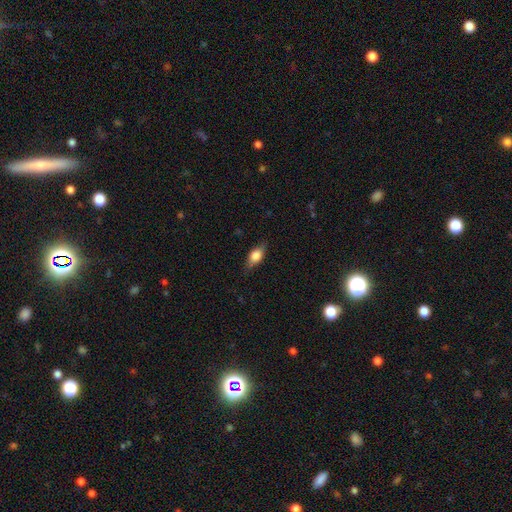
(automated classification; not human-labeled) Smooth or featured?
  - smooth: 70% *
  - featured or disk: 22%
  - star or artifact: 8%
How rounded?
  - in between: 78% *
  - cigar-shaped: 13%
  - round: 9%
Merging?
  - none: 76% *
  - minor disturbance: 18%
  - major disturbance: 4%
  - merger: 1%